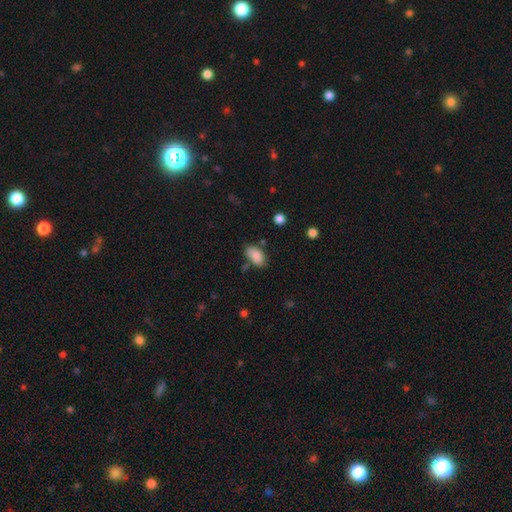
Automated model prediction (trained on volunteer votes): Smooth or featured? Predicted: smooth (p=0.86). How rounded? Predicted: in between (p=0.93). Merging? Predicted: none (p=0.67).